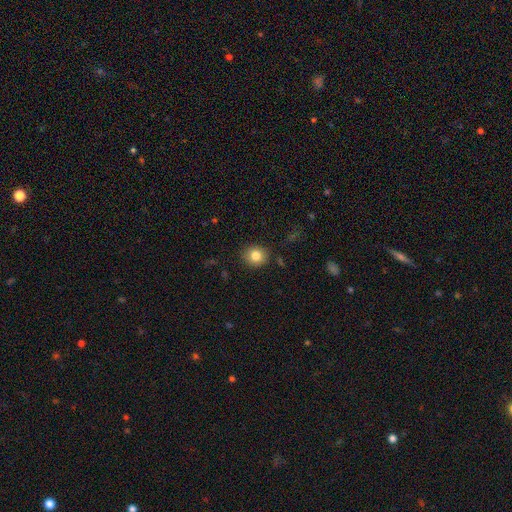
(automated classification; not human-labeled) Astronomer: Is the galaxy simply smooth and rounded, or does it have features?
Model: smooth — 83%.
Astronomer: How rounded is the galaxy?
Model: round — 84%.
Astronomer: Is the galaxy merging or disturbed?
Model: none — 88%.